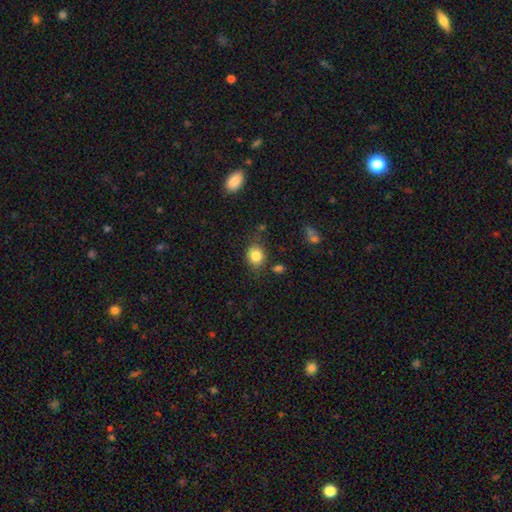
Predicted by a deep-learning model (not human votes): This is clearly a smooth galaxy (84%). How rounded: possibly round (58%). Merging: likely none (77%).